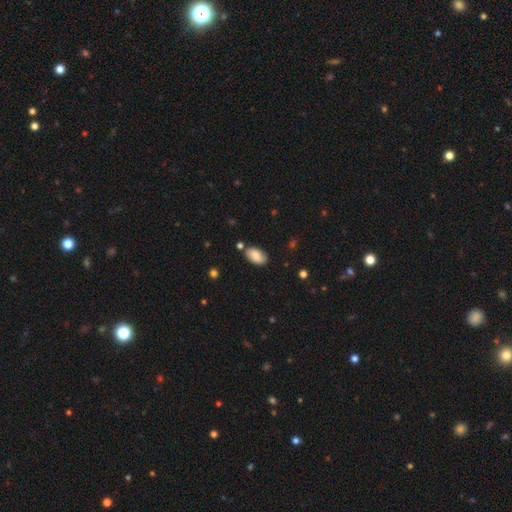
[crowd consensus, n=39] Smooth or featured: smooth — 79% (featured or disk — 15%)
How rounded: in between — 97% (round — 3%)
Merging: none — 78% (minor disturbance — 16%)